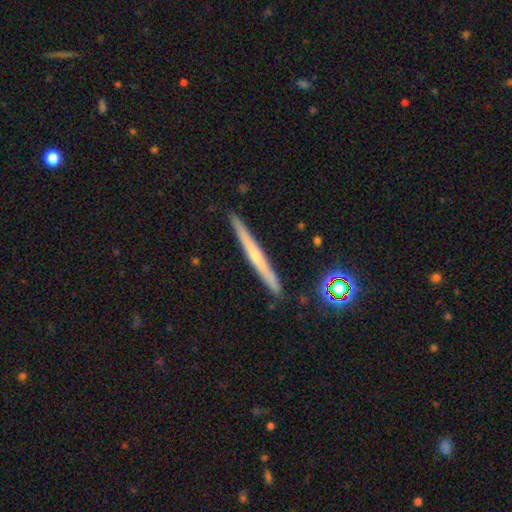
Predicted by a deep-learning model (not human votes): Smooth or featured? Predicted: featured or disk (p=0.56). Edge-on disk? Predicted: yes (p=0.97). Edge-on bulge? Predicted: none (p=0.54). Merging? Predicted: none (p=0.90).